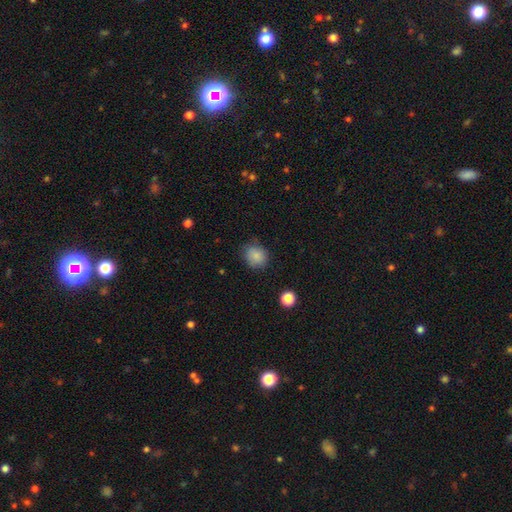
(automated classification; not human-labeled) A smooth galaxy with no disk features (86%) that is round (70%).

Vote fractions:
- Smooth or featured? smooth: 86% / star or artifact: 10% / featured or disk: 4%
- How rounded? round: 70% / in between: 30% / cigar-shaped: 1%
- Merging? none: 80% / minor disturbance: 15% / major disturbance: 4% / merger: 1%